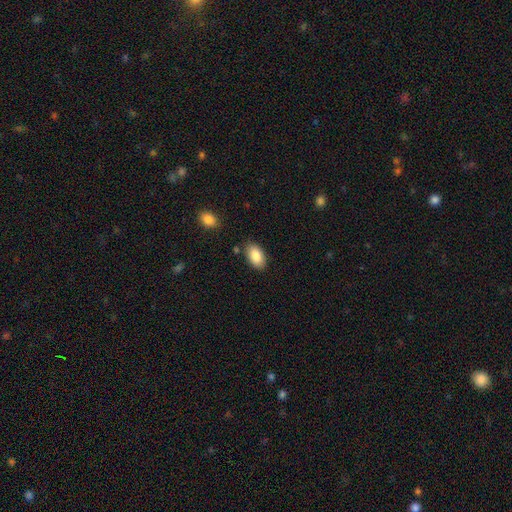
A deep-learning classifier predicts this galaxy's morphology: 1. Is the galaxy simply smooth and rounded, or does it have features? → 87% smooth, 7% star or artifact, 6% featured or disk.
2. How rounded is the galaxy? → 94% in between, 5% round, 2% cigar-shaped.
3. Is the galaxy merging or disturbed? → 82% none, 12% minor disturbance, 3% merger, 3% major disturbance.